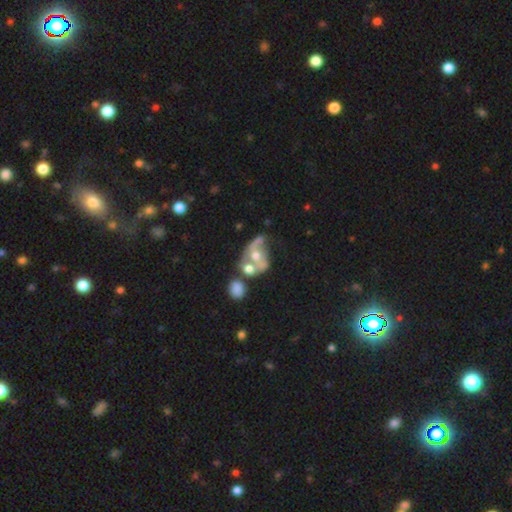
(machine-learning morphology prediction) Q: Smooth or featured?
A: featured or disk (57%); runner-up: smooth (31%)
Q: Edge-on disk?
A: no (96%); runner-up: yes (4%)
Q: Bar?
A: no (79%); runner-up: weak (15%)
Q: Spiral arms?
A: no (63%); runner-up: yes (37%)
Q: Bulge size?
A: moderate (65%); runner-up: small (19%)
Q: Merging?
A: merger (48%); runner-up: none (21%)